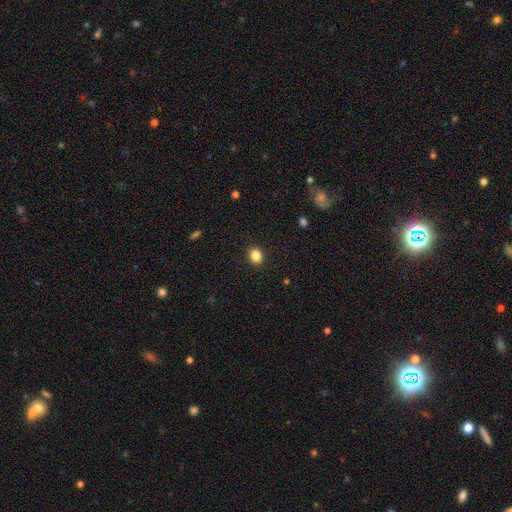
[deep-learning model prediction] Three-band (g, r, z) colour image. It shows a smooth galaxy with no disk features (86%) that is in between round and cigar-shaped (50%). Merging: none (90%).